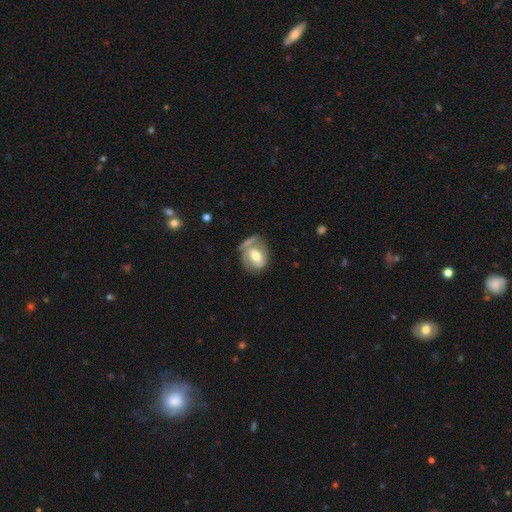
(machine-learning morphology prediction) Q: Smooth or featured?
A: smooth (52%); runner-up: featured or disk (41%)
Q: How rounded?
A: in between (57%); runner-up: round (42%)
Q: Merging?
A: none (43%); runner-up: minor disturbance (23%)